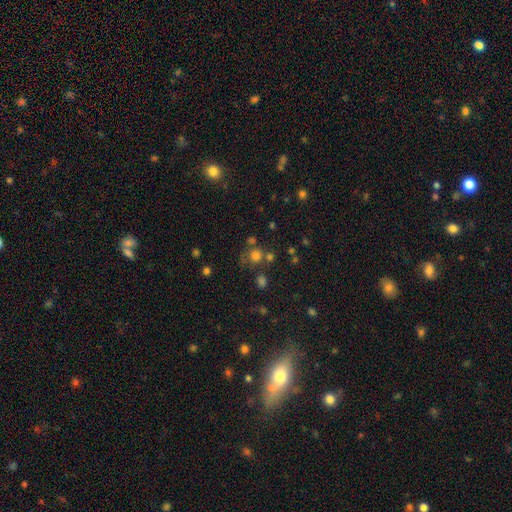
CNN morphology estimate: A smooth galaxy with no disk features (69%) that is round (89%). Merging: none (65%).